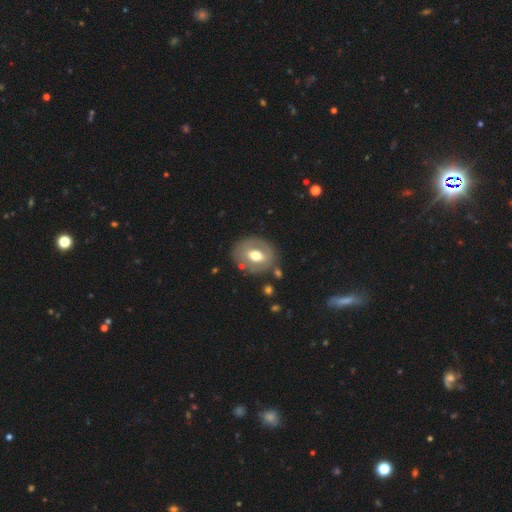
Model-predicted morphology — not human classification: smooth-or-featured: smooth: 53% | featured or disk: 41% | star or artifact: 7%
  how-rounded: in between: 51% | round: 48% | cigar-shaped: 1%
  merging: none: 77% | minor disturbance: 14% | major disturbance: 5% | merger: 4%